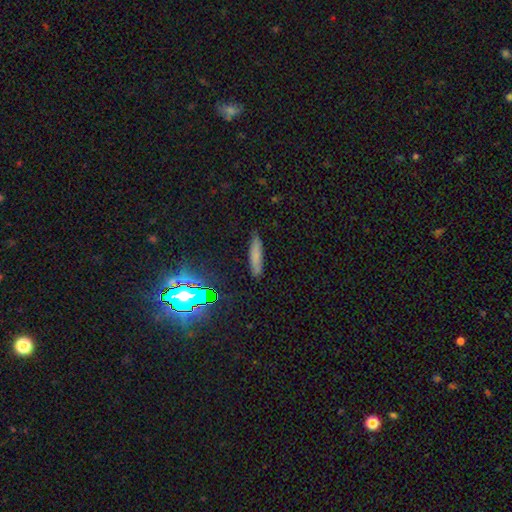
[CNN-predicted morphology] This appears to be a smooth galaxy with no disk features (71%) that is cigar-shaped (84%). Merging: none (84%).